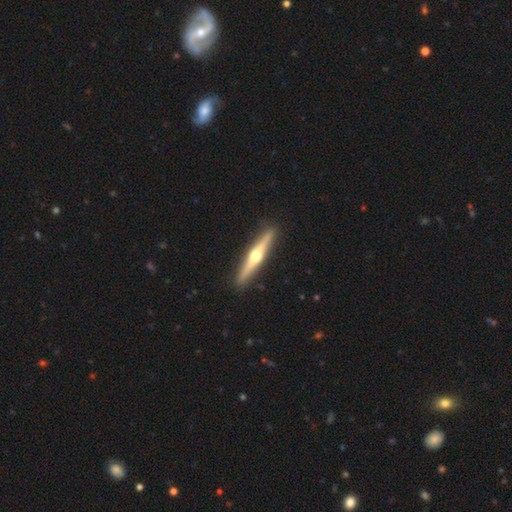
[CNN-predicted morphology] A featured or disk galaxy (69%) viewed edge-on (97%) with a rounded central bulge (93%). Merging: none (91%).